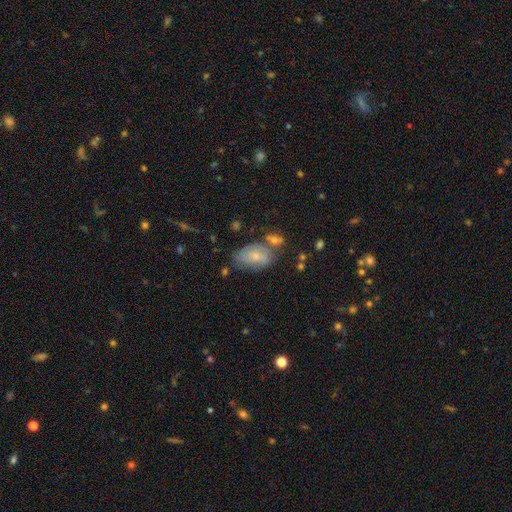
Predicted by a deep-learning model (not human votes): smooth-or-featured: smooth: 63% | featured or disk: 28% | star or artifact: 9%
  how-rounded: in between: 89% | round: 9% | cigar-shaped: 2%
  merging: none: 53% | minor disturbance: 26% | merger: 13% | major disturbance: 8%